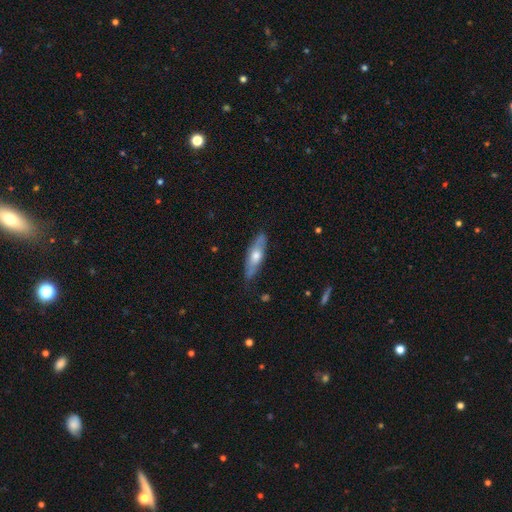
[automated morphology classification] This appears to be a smooth galaxy with no disk features (47%, tied with featured or disk). Merging: none (81%).